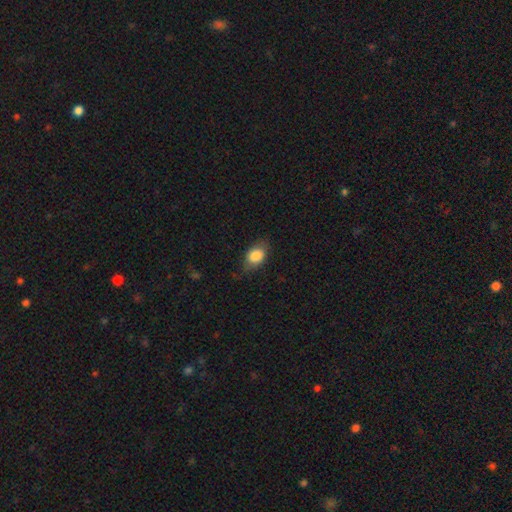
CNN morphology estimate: smooth 83%, featured or disk 10%, star or artifact 7%. Down the decision tree: how rounded — in between (81%); merging — none (73%).